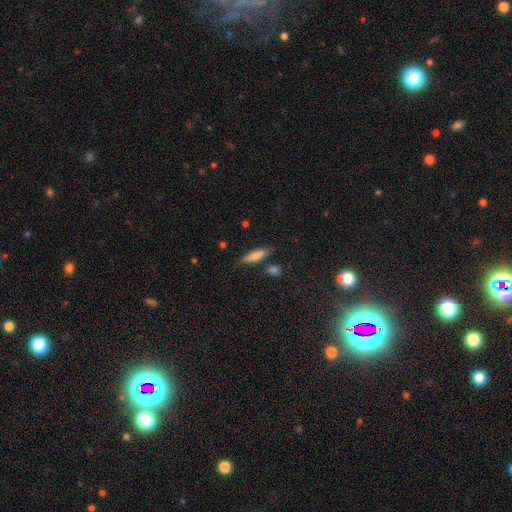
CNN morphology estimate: Q: Smooth or featured?
A: smooth (72%); runner-up: featured or disk (21%)
Q: How rounded?
A: cigar-shaped (67%); runner-up: in between (31%)
Q: Merging?
A: none (72%); runner-up: minor disturbance (18%)